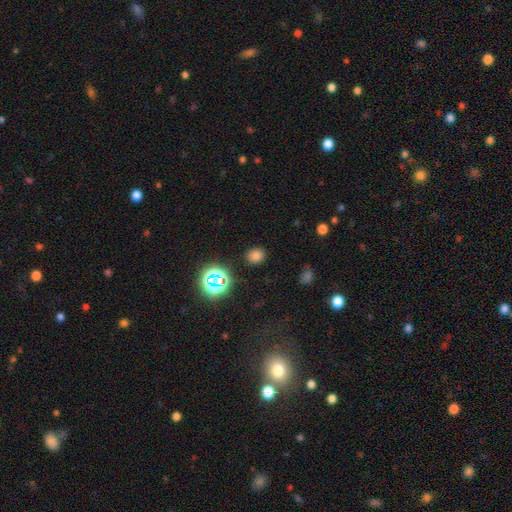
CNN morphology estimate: Smooth or featured? smooth (72%)
How rounded? round (70%)
Merging? none (86%)